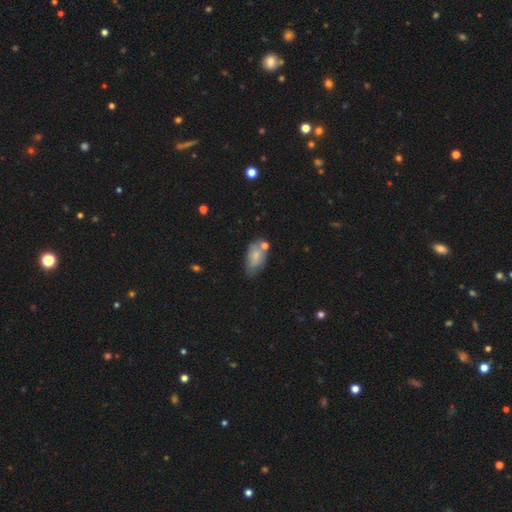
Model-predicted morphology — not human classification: Smooth or featured: smooth — 73% (featured or disk — 20%)
How rounded: in between — 91% (round — 5%)
Merging: none — 48% (minor disturbance — 30%)